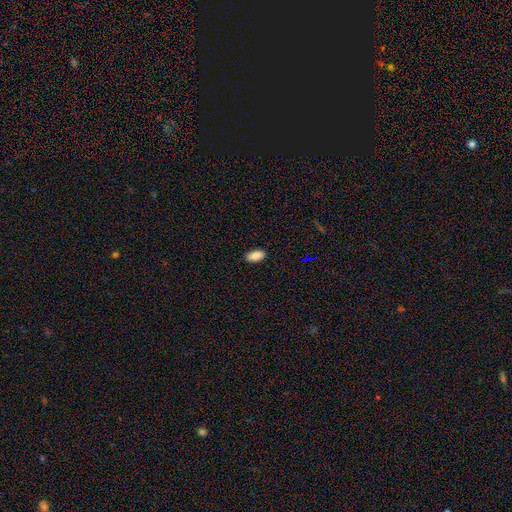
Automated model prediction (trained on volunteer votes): A smooth galaxy with no disk features (86%) that is in between round and cigar-shaped (93%).

Vote fractions:
- Smooth or featured? smooth: 86% / star or artifact: 8% / featured or disk: 6%
- How rounded? in between: 93% / cigar-shaped: 4% / round: 3%
- Merging? none: 88% / minor disturbance: 9% / major disturbance: 2% / merger: 1%